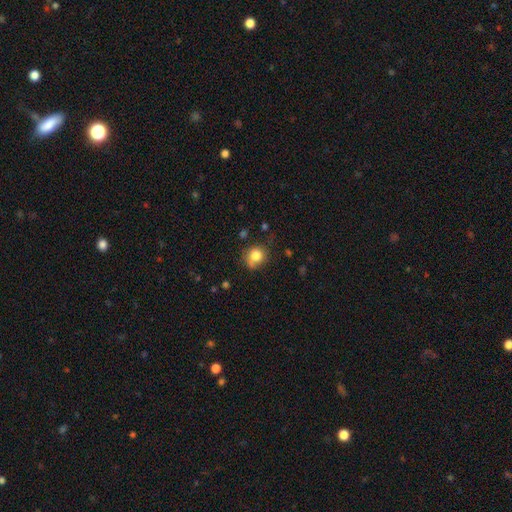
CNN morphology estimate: type=smooth (81%); roundness=round (76%); merging=none (61%).